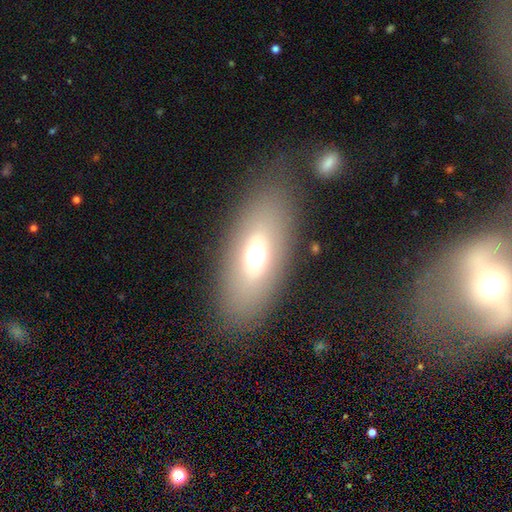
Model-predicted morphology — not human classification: Smooth or featured? Predicted: smooth (p=0.62). How rounded? Predicted: in between (p=0.83). Merging? Predicted: none (p=0.82).